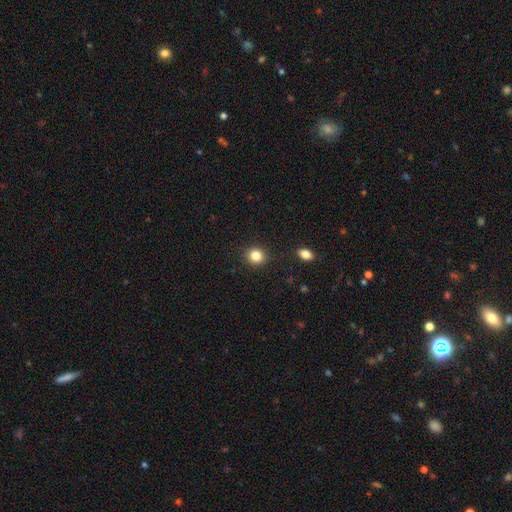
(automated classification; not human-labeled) A smooth galaxy with no disk features (83%) that is round (87%).

Vote fractions:
- Smooth or featured? smooth: 83% / star or artifact: 12% / featured or disk: 5%
- How rounded? round: 87% / in between: 12% / cigar-shaped: 1%
- Merging? none: 90% / minor disturbance: 6% / major disturbance: 2% / merger: 1%